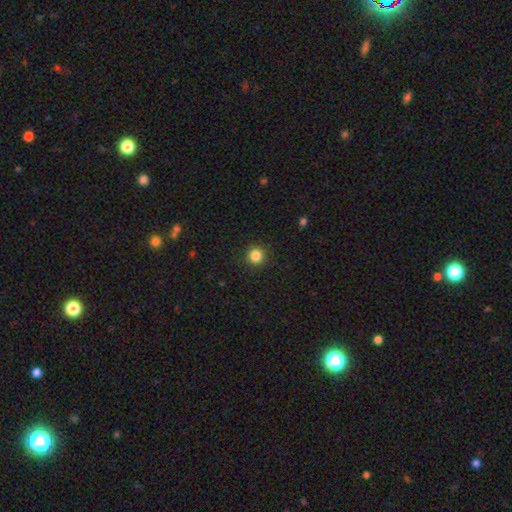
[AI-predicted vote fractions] Smooth or featured?
  - smooth: 85% *
  - star or artifact: 12%
  - featured or disk: 4%
How rounded?
  - round: 93% *
  - in between: 6%
  - cigar-shaped: 1%
Merging?
  - none: 90% *
  - minor disturbance: 6%
  - major disturbance: 2%
  - merger: 1%